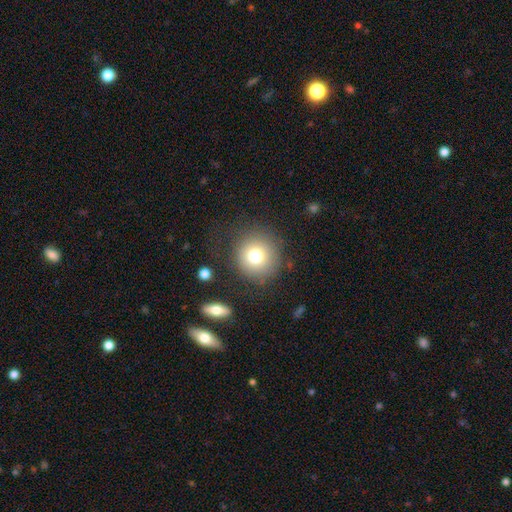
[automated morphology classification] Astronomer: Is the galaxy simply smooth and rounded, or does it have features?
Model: smooth — 75%.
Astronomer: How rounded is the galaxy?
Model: round — 92%.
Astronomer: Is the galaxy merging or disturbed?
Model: none — 82%.